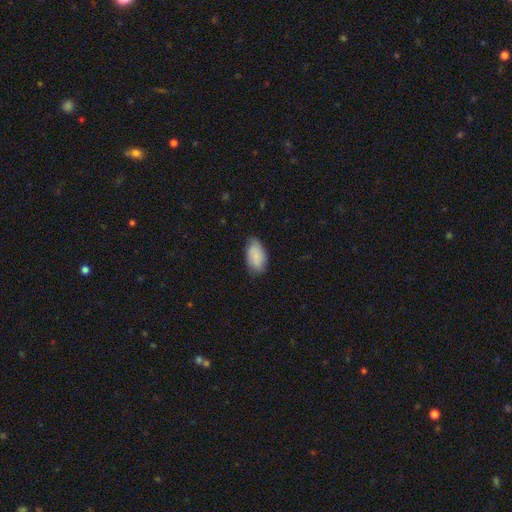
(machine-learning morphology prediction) Smooth or featured?
  - smooth: 79% *
  - featured or disk: 14%
  - star or artifact: 7%
How rounded?
  - in between: 94% *
  - round: 4%
  - cigar-shaped: 2%
Merging?
  - none: 70% *
  - minor disturbance: 24%
  - major disturbance: 4%
  - merger: 1%